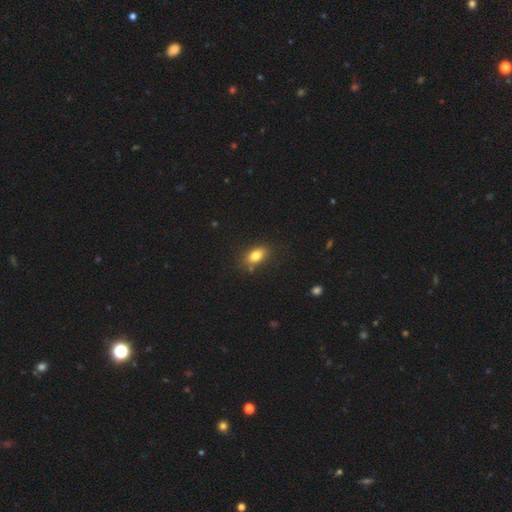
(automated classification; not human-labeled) Smooth or featured: smooth — 82% (star or artifact — 10%)
How rounded: in between — 83% (round — 13%)
Merging: none — 79% (minor disturbance — 14%)